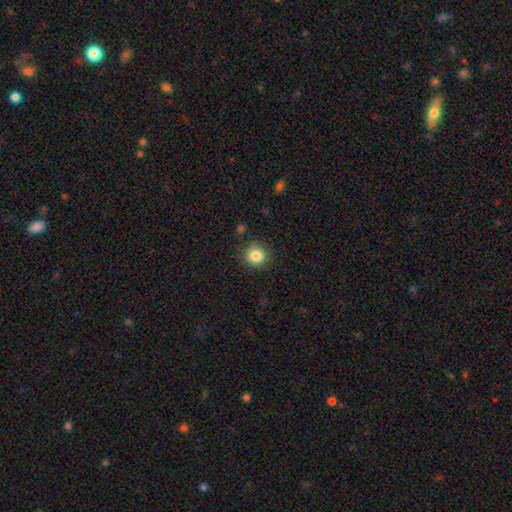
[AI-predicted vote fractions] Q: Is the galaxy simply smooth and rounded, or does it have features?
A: smooth — 85%.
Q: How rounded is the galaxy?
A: round — 88%.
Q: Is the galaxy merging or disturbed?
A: none — 84%.